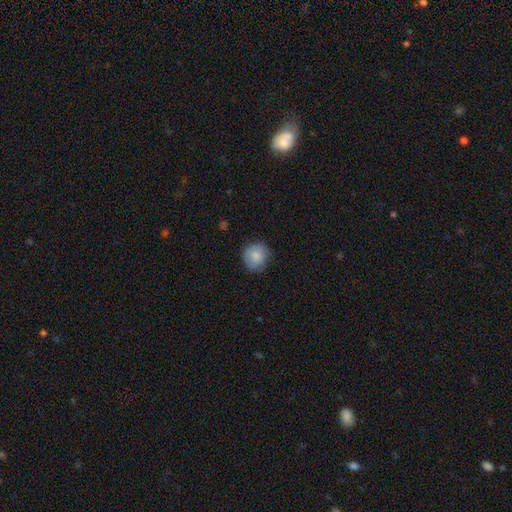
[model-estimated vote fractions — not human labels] smooth 82%, featured or disk 11%, star or artifact 7%. Down the decision tree: how rounded — round (87%); merging — none (78%).